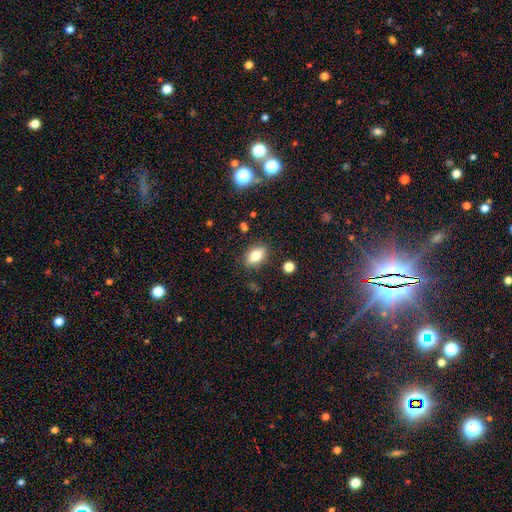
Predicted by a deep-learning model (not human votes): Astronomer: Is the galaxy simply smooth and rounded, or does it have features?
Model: smooth — 78%.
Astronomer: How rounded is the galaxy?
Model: in between — 85%.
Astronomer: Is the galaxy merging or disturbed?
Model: none — 84%.